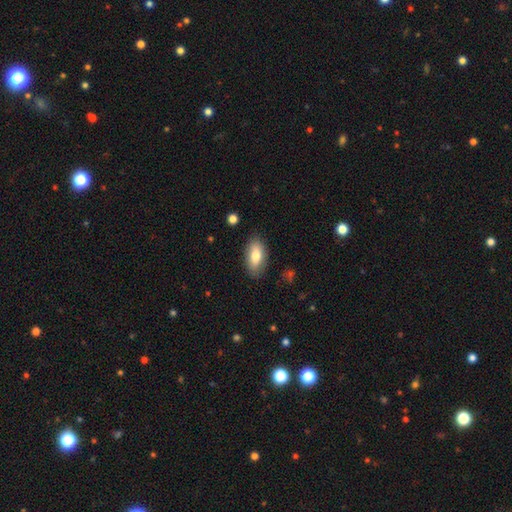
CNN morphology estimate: The model was most divided on "smooth or featured": smooth: 77%, featured or disk: 16%, star or artifact: 6%. More confident: how rounded — in between (90%); merging — none (84%).